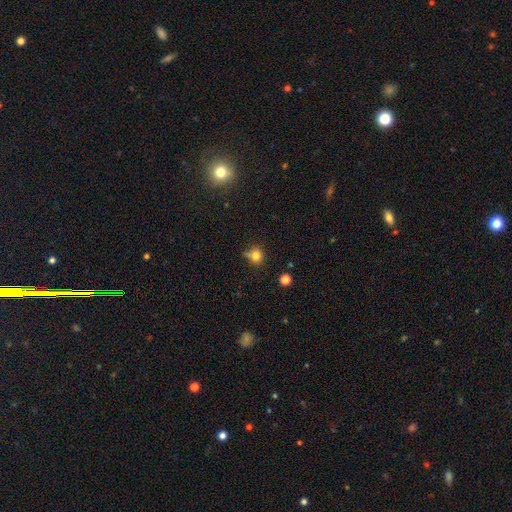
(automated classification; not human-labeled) Smooth or featured?
  - smooth: 77% *
  - star or artifact: 14%
  - featured or disk: 9%
How rounded?
  - round: 82% *
  - in between: 17%
  - cigar-shaped: 1%
Merging?
  - none: 59% *
  - minor disturbance: 24%
  - merger: 9%
  - major disturbance: 7%